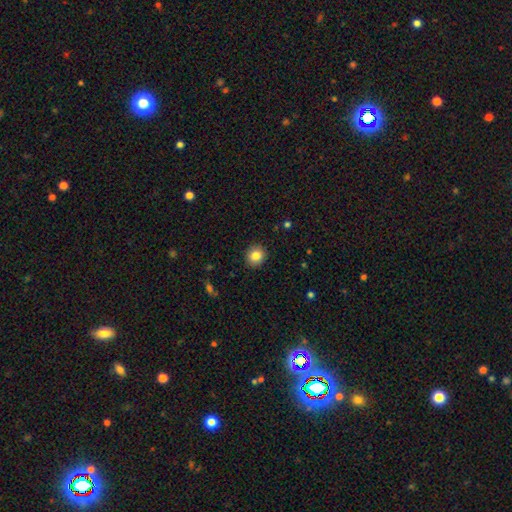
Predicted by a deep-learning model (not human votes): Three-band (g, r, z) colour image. It shows a smooth galaxy with no disk features (84%) that is round (85%). Merging: none (92%).